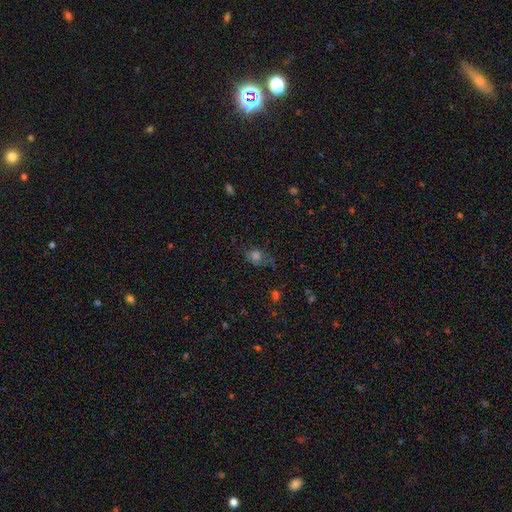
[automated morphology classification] smooth 62%, star or artifact 24%, featured or disk 14%. Down the decision tree: how rounded — round (55%); merging — none (58%).